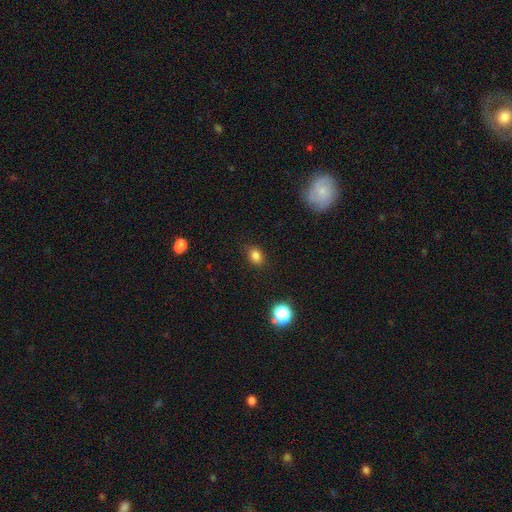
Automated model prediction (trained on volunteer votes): Morphology: type=smooth (82%); roundness=in between (58%); merging=none (84%).